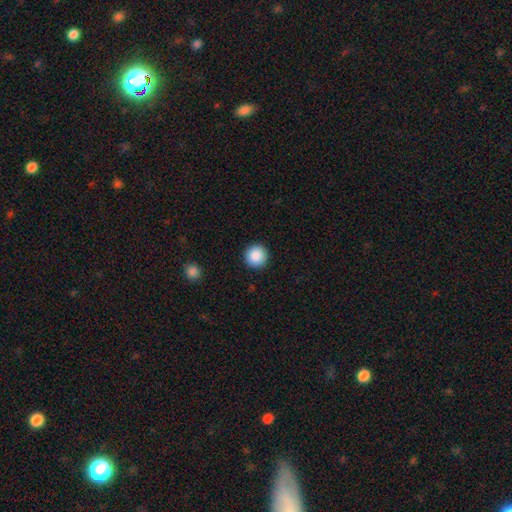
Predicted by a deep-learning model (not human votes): This appears to be a smooth galaxy with no disk features (89%) that is round (96%). Merging: none (93%).